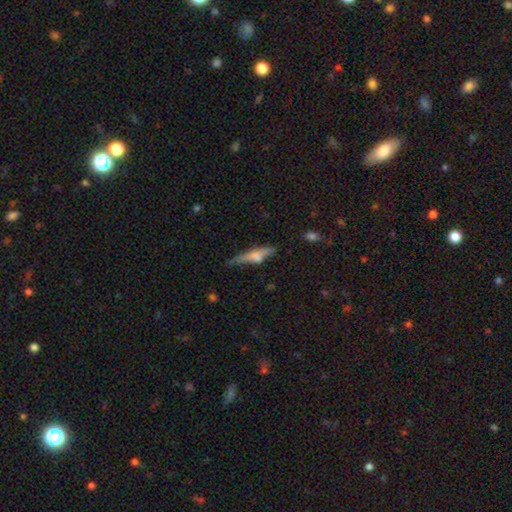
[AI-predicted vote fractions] Overall: featured or disk (49%; smooth 43%). Merging: none (62%; minor disturbance 23%).